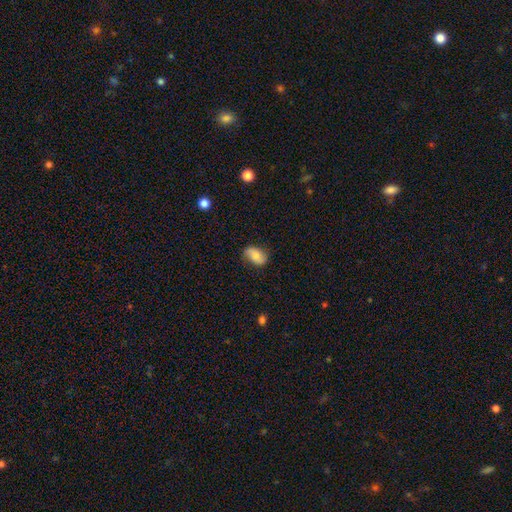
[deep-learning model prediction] Smooth or featured? Predicted: smooth (p=0.63). How rounded? Predicted: in between (p=0.87). Merging? Predicted: none (p=0.73).